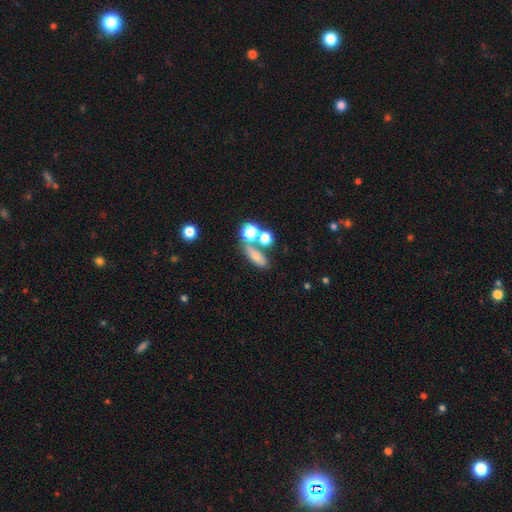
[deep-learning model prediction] A smooth galaxy with no disk features (64%) that is in between round and cigar-shaped (49%).

Vote fractions:
- Smooth or featured? smooth: 64% / featured or disk: 21% / star or artifact: 15%
- How rounded? in between: 49% / round: 26% / cigar-shaped: 25%
- Merging? none: 50% / merger: 31% / minor disturbance: 12% / major disturbance: 7%